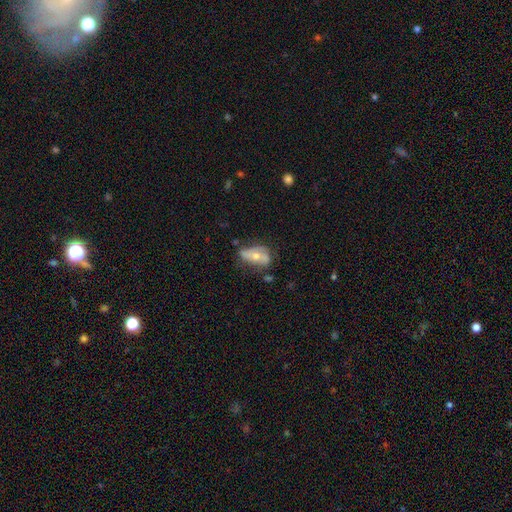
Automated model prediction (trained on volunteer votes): Overall: featured or disk (47%; smooth 45%). Merging: none (41%; minor disturbance 35%).